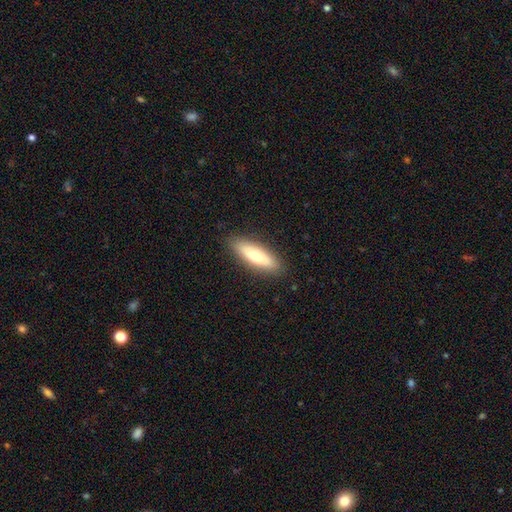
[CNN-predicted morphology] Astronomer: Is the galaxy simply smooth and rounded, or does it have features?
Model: smooth — 67%.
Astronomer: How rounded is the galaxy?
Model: cigar-shaped — 58% (runner-up: in between, 40%).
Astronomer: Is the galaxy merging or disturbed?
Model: none — 89%.